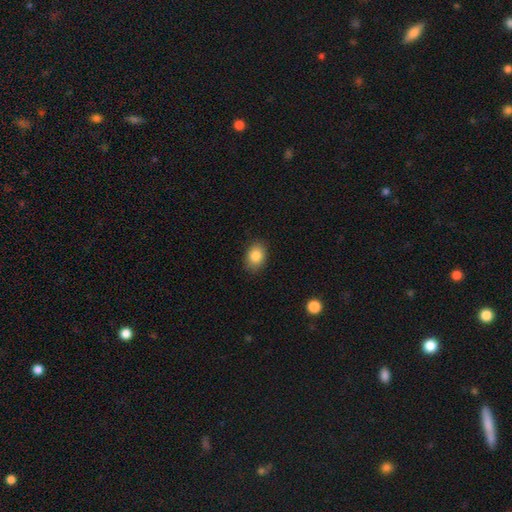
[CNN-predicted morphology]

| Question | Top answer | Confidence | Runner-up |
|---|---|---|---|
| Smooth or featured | smooth | 85% | star or artifact (8%) |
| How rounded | in between | 69% | round (30%) |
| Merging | none | 86% | minor disturbance (10%) |